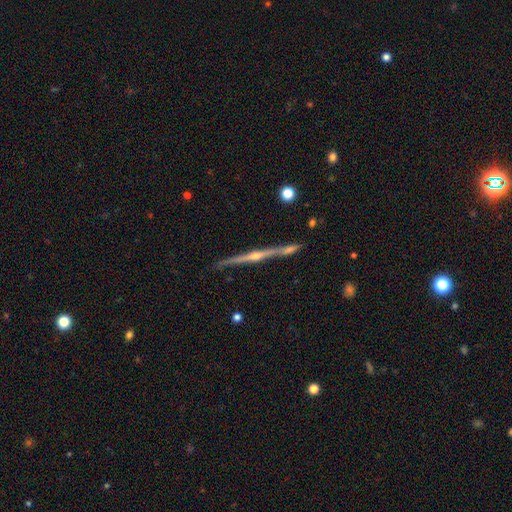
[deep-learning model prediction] The model was most divided on "merging": none: 84%, minor disturbance: 8%, merger: 5%, major disturbance: 2%. More confident: edge-on disk — yes (98%); edge-on bulge — rounded (88%); smooth or featured — featured or disk (87%).